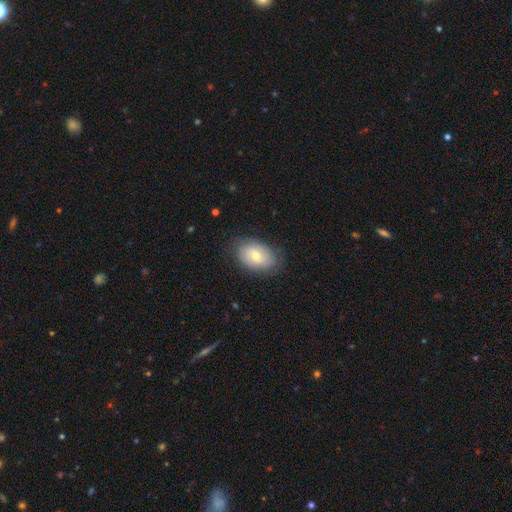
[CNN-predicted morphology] smooth 70%, featured or disk 23%, star or artifact 7%. Down the decision tree: how rounded — in between (86%); merging — none (79%).